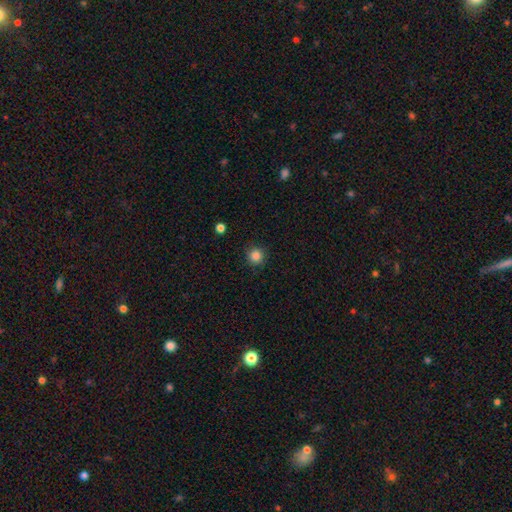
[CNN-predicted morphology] This is clearly a smooth galaxy (86%). How rounded: clearly round (95%). Merging: clearly none (90%).